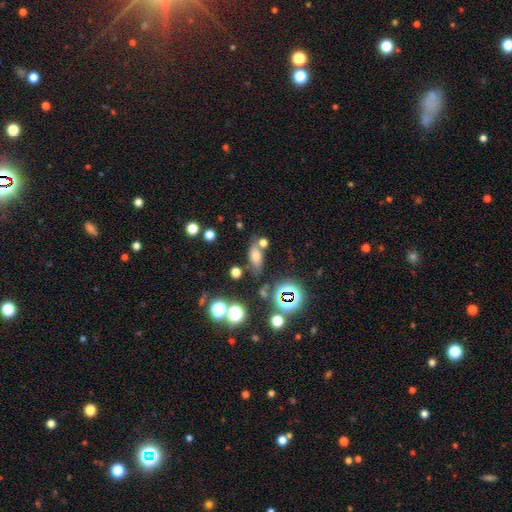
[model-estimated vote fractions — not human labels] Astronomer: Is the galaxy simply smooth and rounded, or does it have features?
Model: smooth — 61%.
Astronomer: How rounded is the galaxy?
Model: in between — 76%.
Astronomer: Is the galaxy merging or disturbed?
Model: none — 66%.